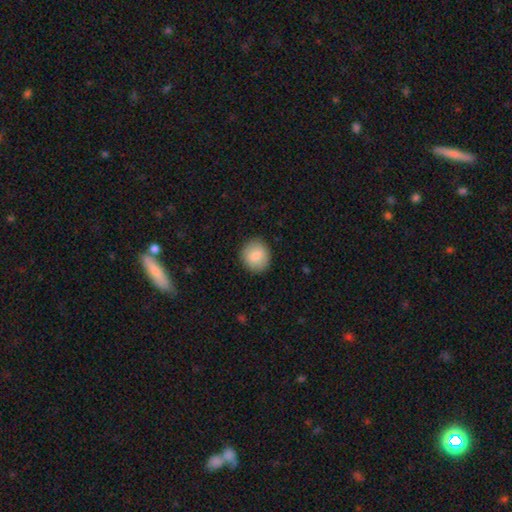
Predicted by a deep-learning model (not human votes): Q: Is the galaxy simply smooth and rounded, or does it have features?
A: smooth — 83%.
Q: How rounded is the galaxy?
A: round — 84%.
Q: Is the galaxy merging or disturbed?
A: none — 89%.